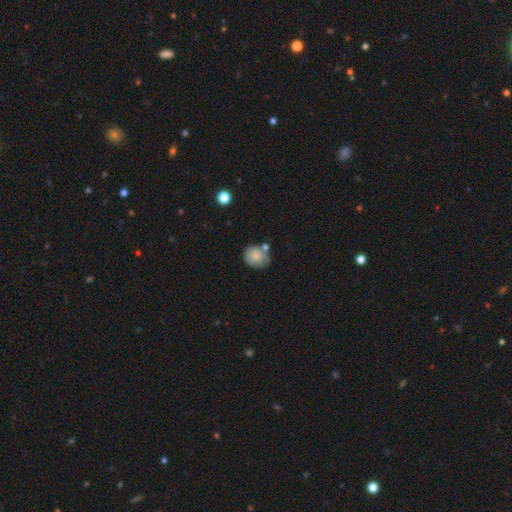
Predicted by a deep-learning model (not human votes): smooth 78%, featured or disk 15%, star or artifact 8%. Down the decision tree: how rounded — round (68%); merging — none (56%).